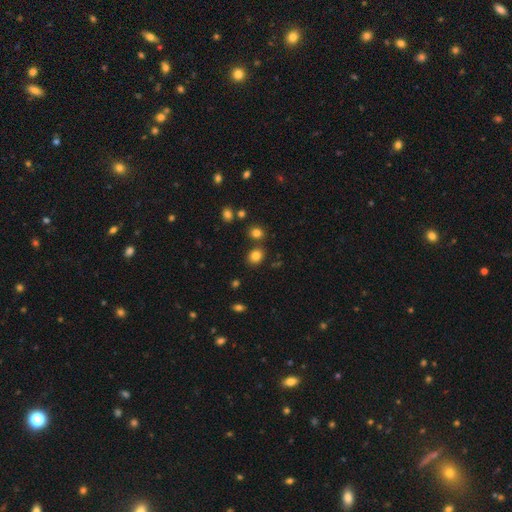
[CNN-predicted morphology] The model was most divided on "how rounded": round: 64%, in between: 35%, cigar-shaped: 1%. More confident: smooth or featured — smooth (82%); merging — none (78%).